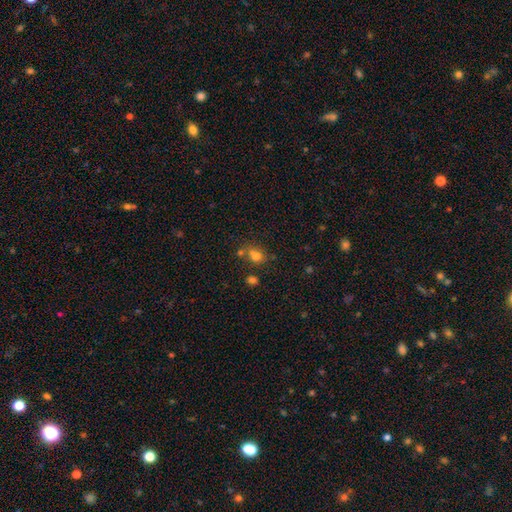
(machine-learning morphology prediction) A smooth galaxy with no disk features (70%) that is in between round and cigar-shaped (56%). Merging: none (42%).